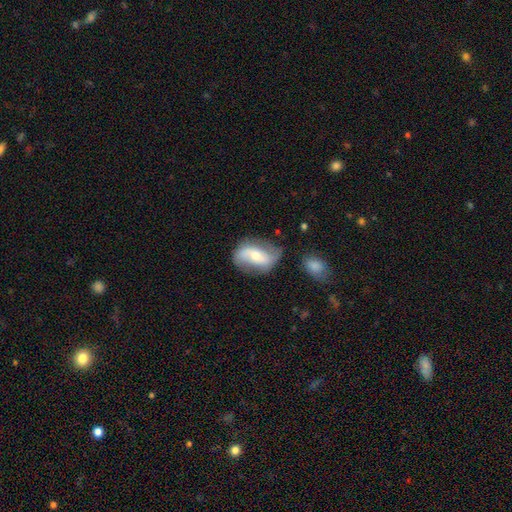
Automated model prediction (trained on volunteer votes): Smooth or featured: featured or disk — 68% (smooth — 25%)
Edge-on disk: no — 95% (yes — 5%)
Bar: no — 40% (weak — 34%)
Spiral arms: yes — 88% (no — 12%)
Spiral winding: loose — 63% (medium — 27%)
Spiral arm count: 2 — 88% (can't tell — 5%)
Bulge size: moderate — 51% (small — 40%)
Merging: none — 65% (minor disturbance — 22%)